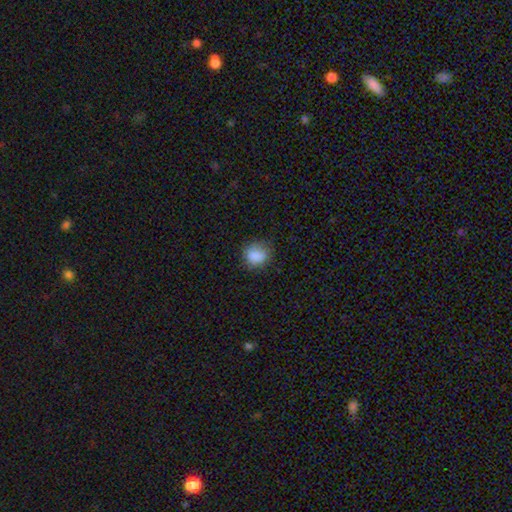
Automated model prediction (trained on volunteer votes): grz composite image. It shows a smooth galaxy with no disk features (86%) that is round (70%). Merging: none (75%).